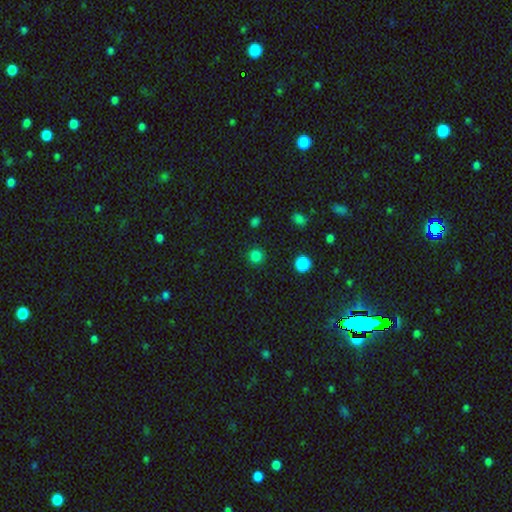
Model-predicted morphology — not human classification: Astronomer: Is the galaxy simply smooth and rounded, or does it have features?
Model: smooth — 81%.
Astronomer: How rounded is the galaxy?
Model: round — 94%.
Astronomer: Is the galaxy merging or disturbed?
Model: none — 90%.